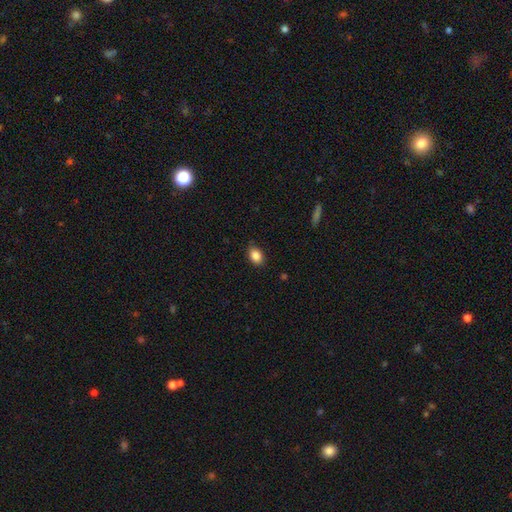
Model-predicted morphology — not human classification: A smooth galaxy with no disk features (87%) that is in between round and cigar-shaped (74%). Merging: none (84%).